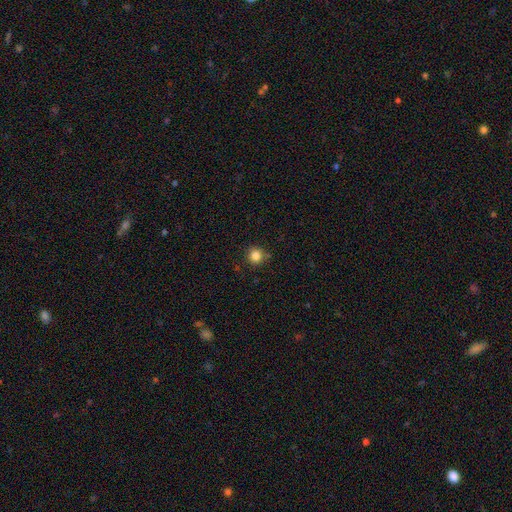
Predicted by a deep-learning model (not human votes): A smooth galaxy with no disk features (84%) that is round (93%).

Vote fractions:
- Smooth or featured? smooth: 84% / star or artifact: 12% / featured or disk: 5%
- How rounded? round: 93% / in between: 6% / cigar-shaped: 1%
- Merging? none: 85% / minor disturbance: 9% / merger: 3% / major disturbance: 2%